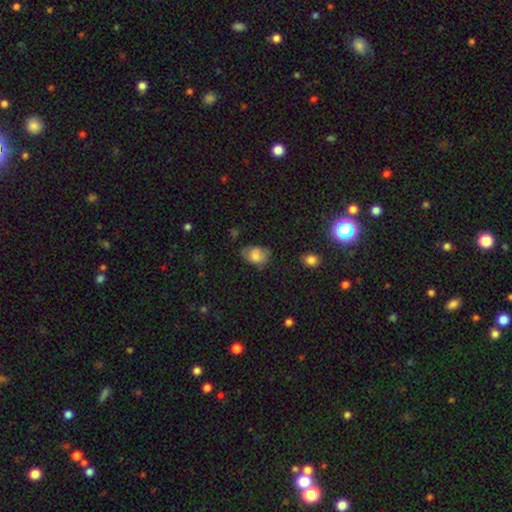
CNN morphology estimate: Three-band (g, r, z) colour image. It shows a smooth galaxy with no disk features (76%) that is in between round and cigar-shaped (81%). Merging: none (55%).